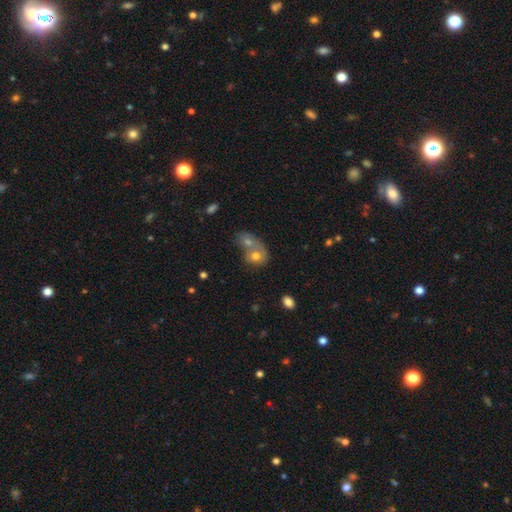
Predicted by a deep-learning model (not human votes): This appears to be a smooth galaxy with no disk features (66%) that is round (53%). Merging: merger (70%).